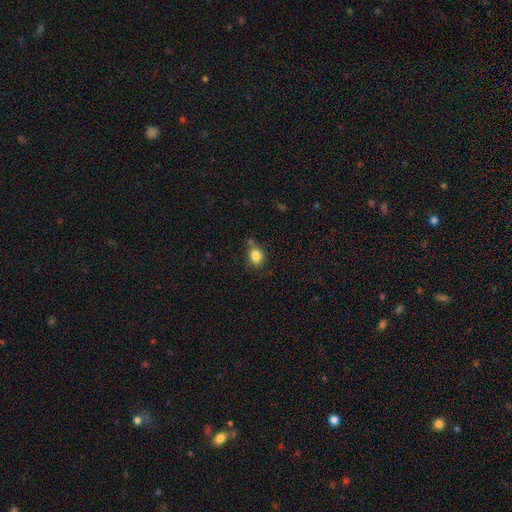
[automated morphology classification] Smooth or featured?
  - smooth: 83% *
  - star or artifact: 10%
  - featured or disk: 6%
How rounded?
  - round: 55% *
  - in between: 44%
  - cigar-shaped: 1%
Merging?
  - none: 67% *
  - minor disturbance: 20%
  - merger: 9%
  - major disturbance: 5%